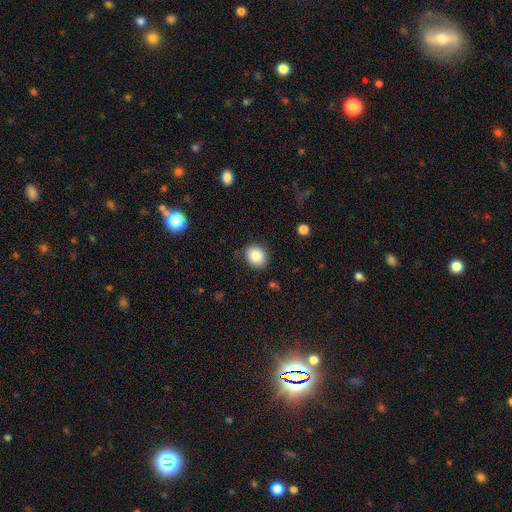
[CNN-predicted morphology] smooth 84%, star or artifact 9%, featured or disk 7%. Down the decision tree: how rounded — round (60%); merging — none (85%).